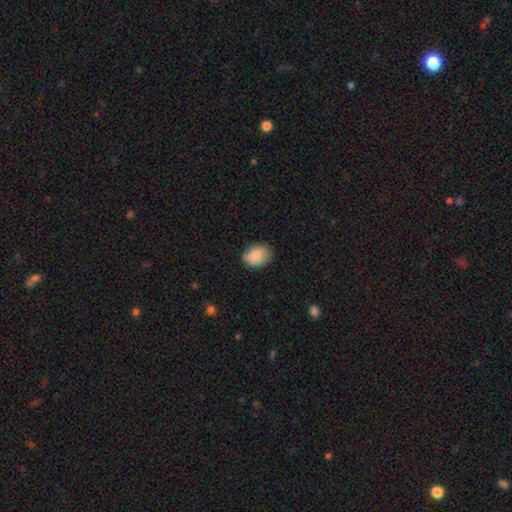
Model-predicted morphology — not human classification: A smooth galaxy with no disk features (86%) that is in between round and cigar-shaped (66%). Merging: none (72%).